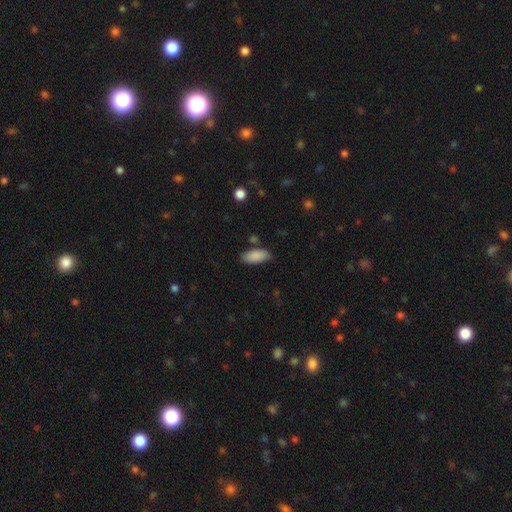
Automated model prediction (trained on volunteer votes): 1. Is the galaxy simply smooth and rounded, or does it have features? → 89% smooth, 6% star or artifact, 5% featured or disk.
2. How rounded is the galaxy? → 85% in between, 13% cigar-shaped, 2% round.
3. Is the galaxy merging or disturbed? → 79% none, 14% minor disturbance, 4% merger, 3% major disturbance.